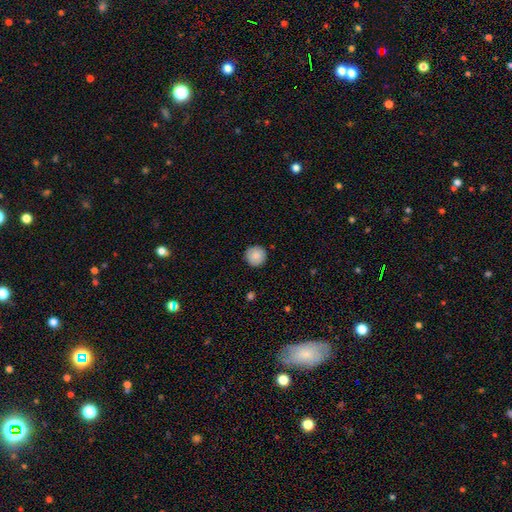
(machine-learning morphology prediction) smooth_or_featured: smooth (p=0.87) [alt: star or artifact p=0.07]
how_rounded: round (p=0.96) [alt: in between p=0.03]
merging: none (p=0.91) [alt: minor disturbance p=0.06]